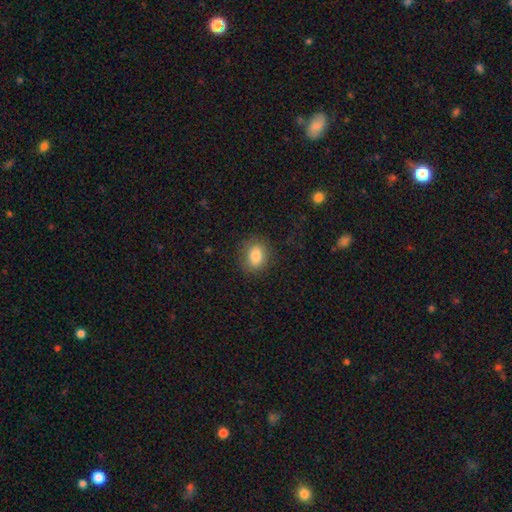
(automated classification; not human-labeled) The model was most divided on "how rounded": in between: 54%, round: 45%, cigar-shaped: 1%. More confident: smooth or featured — smooth (83%); merging — none (82%).